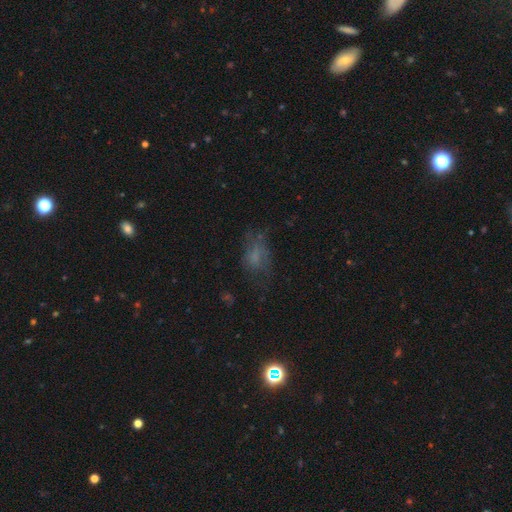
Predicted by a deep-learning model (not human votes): smooth 53%, featured or disk 28%, star or artifact 19%. Down the decision tree: how rounded — in between (81%); merging — none (43%).